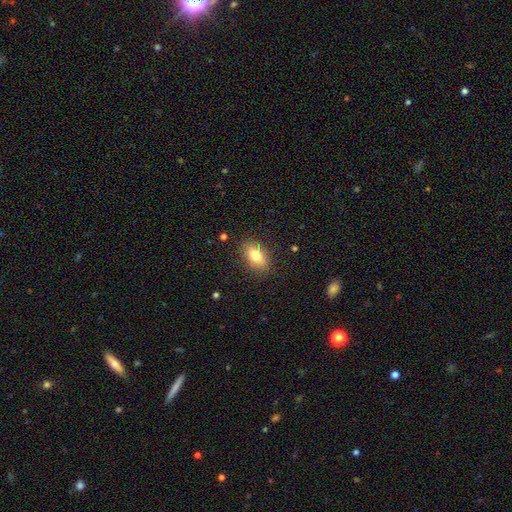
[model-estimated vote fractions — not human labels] Q: Smooth or featured?
A: smooth (79%); runner-up: featured or disk (13%)
Q: How rounded?
A: in between (87%); runner-up: round (9%)
Q: Merging?
A: none (86%); runner-up: minor disturbance (10%)